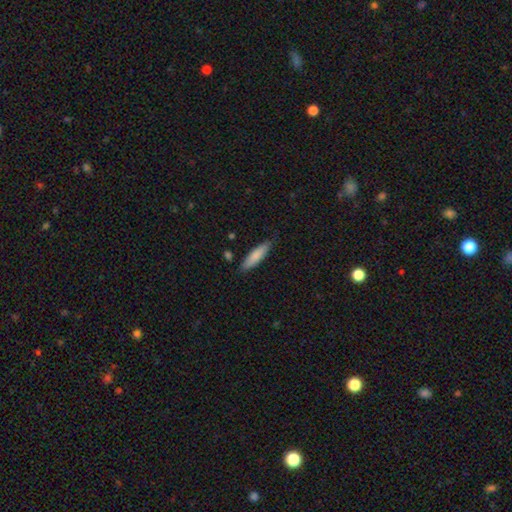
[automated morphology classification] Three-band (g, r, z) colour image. It shows a smooth galaxy with no disk features (82%) that is cigar-shaped (68%). Merging: none (81%).